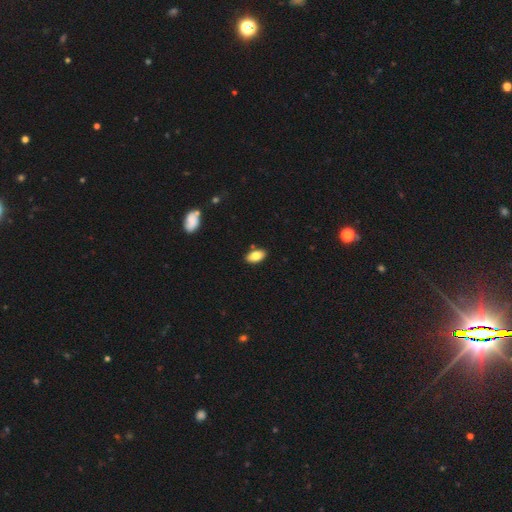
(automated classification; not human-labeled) Smooth or featured: smooth — 82% (featured or disk — 11%)
How rounded: in between — 93% (round — 4%)
Merging: none — 85% (minor disturbance — 10%)